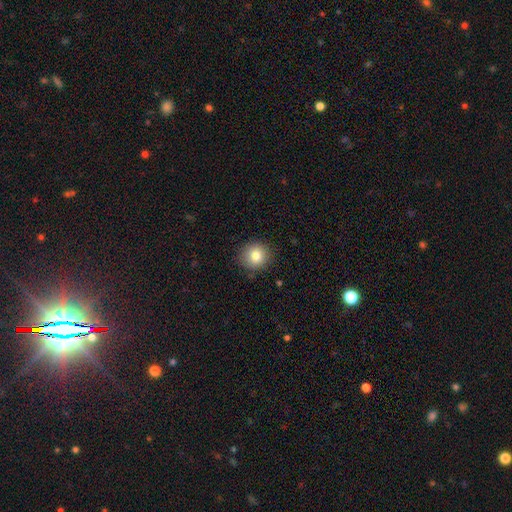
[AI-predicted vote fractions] Smooth or featured? smooth (84%)
How rounded? round (86%)
Merging? none (87%)